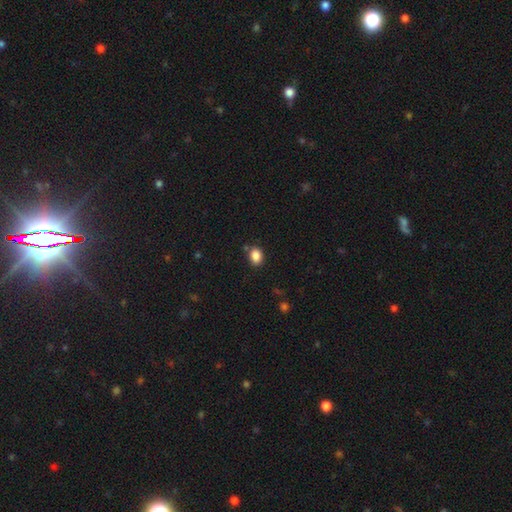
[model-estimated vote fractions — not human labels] Q: Smooth or featured?
A: smooth (87%); runner-up: star or artifact (9%)
Q: How rounded?
A: in between (68%); runner-up: round (31%)
Q: Merging?
A: none (80%); runner-up: minor disturbance (13%)